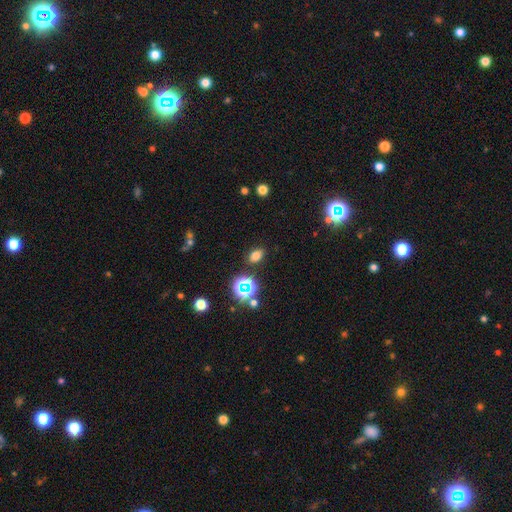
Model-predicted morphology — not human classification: smooth_or_featured: smooth (p=0.72) [alt: star or artifact p=0.21]
how_rounded: in between (p=0.74) [alt: round p=0.25]
merging: none (p=0.86) [alt: minor disturbance p=0.09]